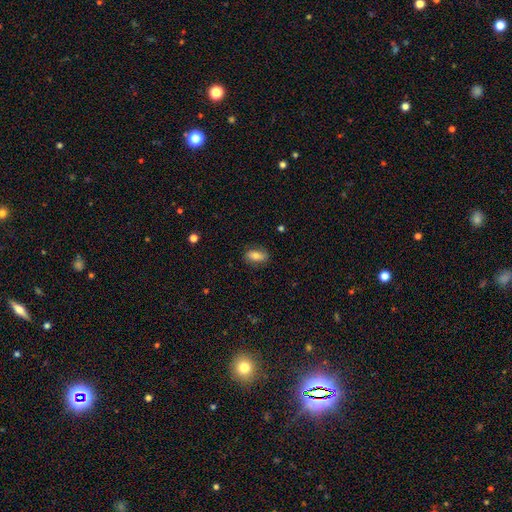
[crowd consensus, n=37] This appears to be a smooth galaxy with no disk features (65%) that is in between round and cigar-shaped (79%). Merging: none (85%).